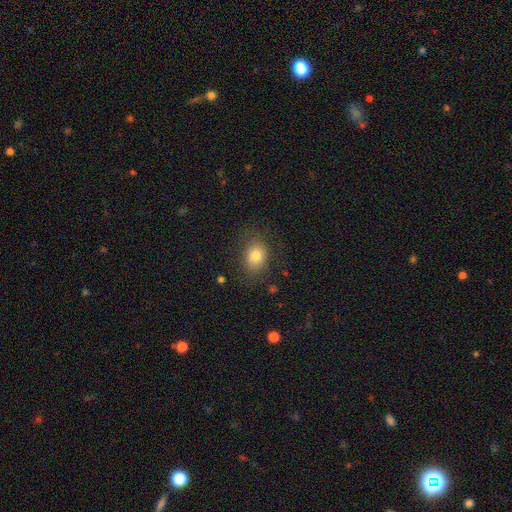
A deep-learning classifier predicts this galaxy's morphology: Smooth or featured: smooth — 79% (featured or disk — 11%)
How rounded: in between — 61% (round — 38%)
Merging: none — 80% (minor disturbance — 14%)